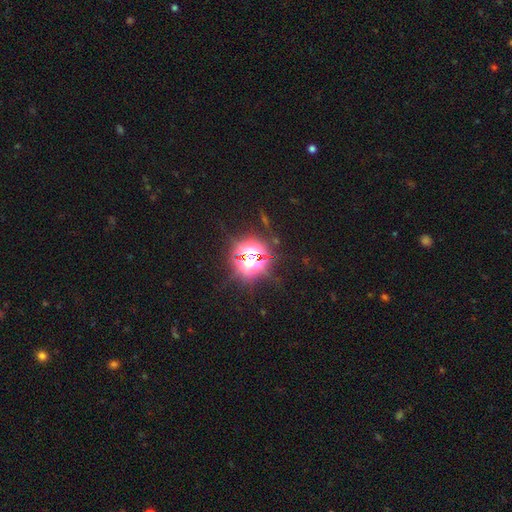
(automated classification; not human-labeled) star or artifact 82%, smooth 12%, featured or disk 7%.